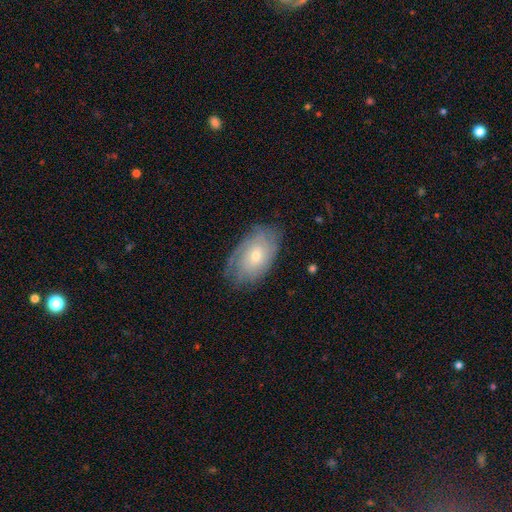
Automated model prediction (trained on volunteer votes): Q: Smooth or featured?
A: featured or disk (57%); runner-up: smooth (36%)
Q: Edge-on disk?
A: no (92%); runner-up: yes (8%)
Q: Bar?
A: no (81%); runner-up: weak (17%)
Q: Spiral arms?
A: yes (76%); runner-up: no (24%)
Q: Bulge size?
A: small (60%); runner-up: moderate (37%)
Q: Merging?
A: none (74%); runner-up: minor disturbance (19%)